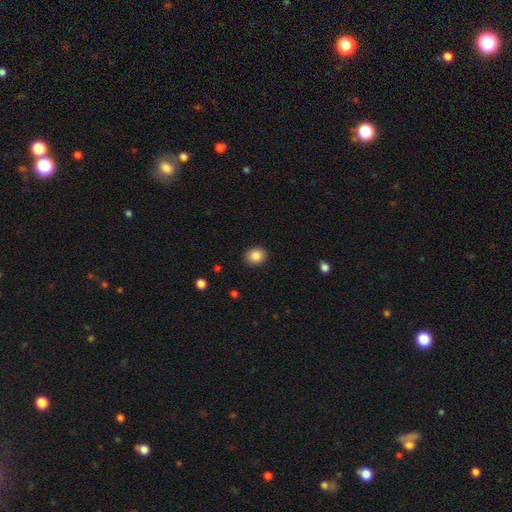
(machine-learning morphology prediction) Smooth or featured?
  - smooth: 87% *
  - star or artifact: 9%
  - featured or disk: 4%
How rounded?
  - round: 65% *
  - in between: 34%
  - cigar-shaped: 1%
Merging?
  - none: 89% *
  - minor disturbance: 8%
  - major disturbance: 2%
  - merger: 1%